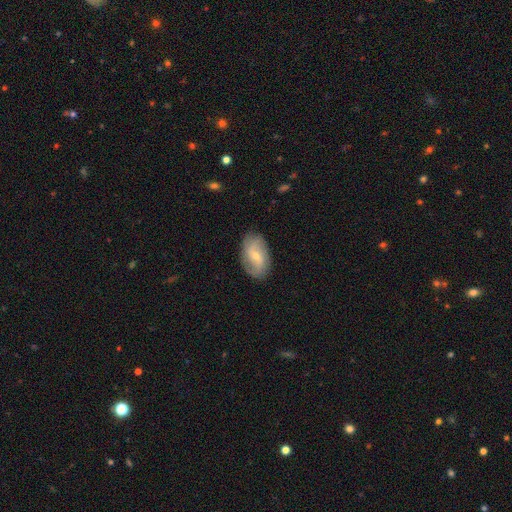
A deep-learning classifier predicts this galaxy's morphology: Smooth or featured? Predicted: featured or disk (p=0.65). Edge-on disk? Predicted: no (p=0.95). Bar? Predicted: weak (p=0.48). Spiral arms? Predicted: yes (p=0.86). Spiral winding? Predicted: medium (p=0.41). Spiral arm count? Predicted: 2 (p=0.59). Bulge size? Predicted: small (p=0.64). Merging? Predicted: none (p=0.80).